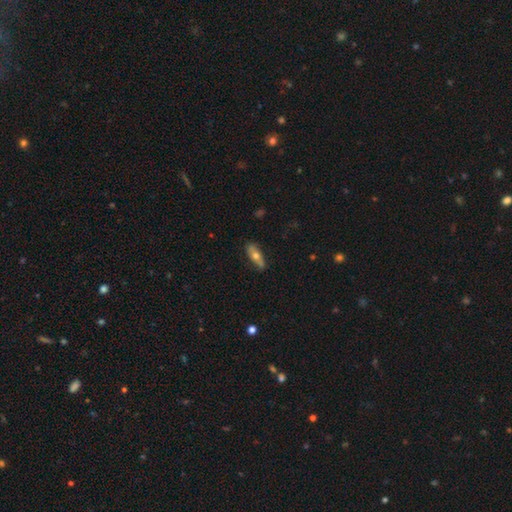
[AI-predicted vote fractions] Q: Smooth or featured?
A: smooth (52%); runner-up: featured or disk (40%)
Q: How rounded?
A: in between (57%); runner-up: cigar-shaped (40%)
Q: Merging?
A: none (79%); runner-up: minor disturbance (16%)